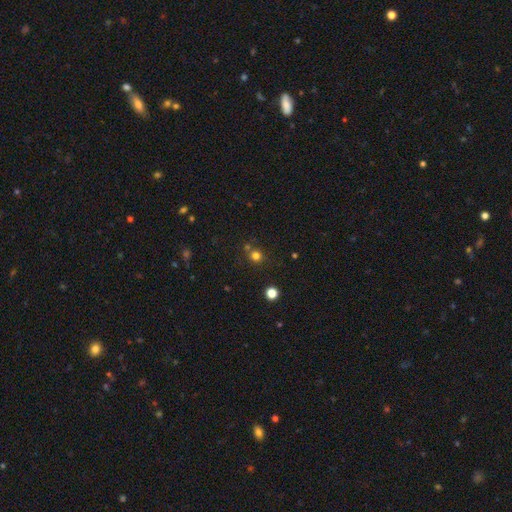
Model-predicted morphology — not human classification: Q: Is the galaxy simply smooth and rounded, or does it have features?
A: smooth — 75%.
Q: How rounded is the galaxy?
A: round — 90%.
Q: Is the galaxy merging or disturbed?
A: none — 75%.